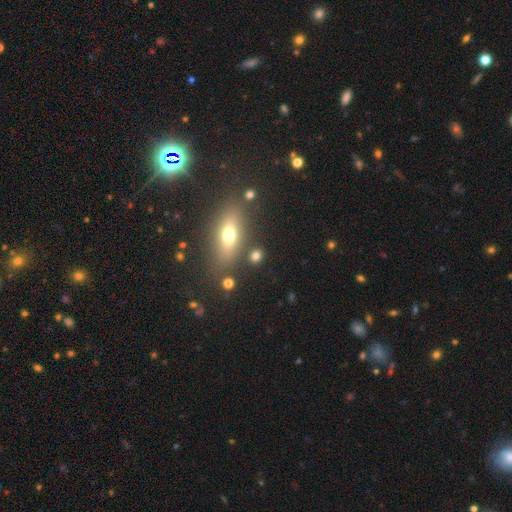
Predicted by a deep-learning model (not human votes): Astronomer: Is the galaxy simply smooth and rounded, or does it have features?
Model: smooth — 74%.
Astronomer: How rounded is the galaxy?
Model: round — 50% (runner-up: in between, 42%).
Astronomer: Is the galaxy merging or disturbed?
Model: none — 78%.